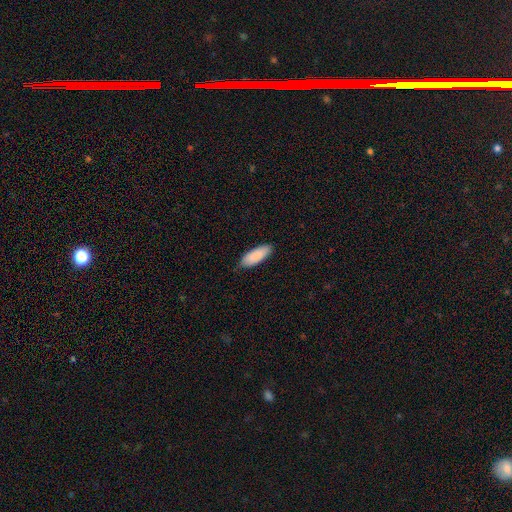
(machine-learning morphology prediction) Overall: smooth (90%). How rounded: in between (71%). Merging: none (85%).